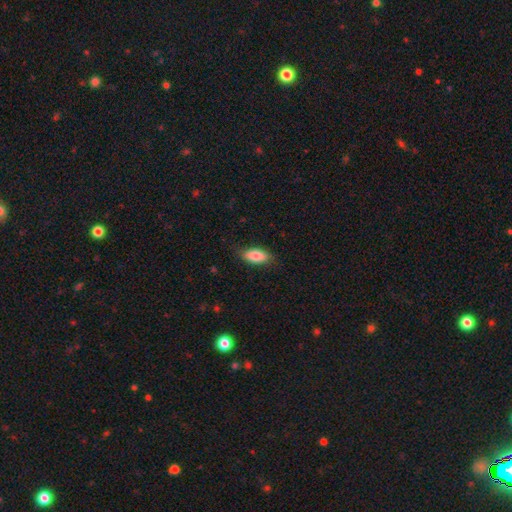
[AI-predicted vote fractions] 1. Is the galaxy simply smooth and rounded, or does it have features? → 82% smooth, 11% featured or disk, 6% star or artifact.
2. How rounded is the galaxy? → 88% in between, 9% cigar-shaped, 3% round.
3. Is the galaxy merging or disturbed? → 80% none, 16% minor disturbance, 3% major disturbance, 1% merger.